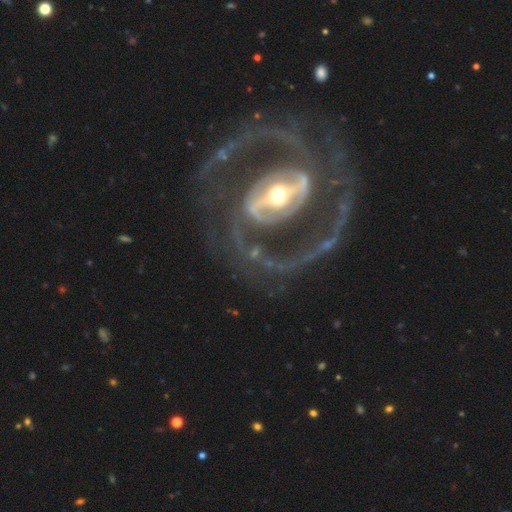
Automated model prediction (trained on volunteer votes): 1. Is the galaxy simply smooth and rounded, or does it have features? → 92% featured or disk, 4% star or artifact, 4% smooth.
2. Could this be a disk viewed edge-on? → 97% no, 3% yes.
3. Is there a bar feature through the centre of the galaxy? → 62% strong, 26% weak, 12% no.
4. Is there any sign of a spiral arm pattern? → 95% yes, 5% no.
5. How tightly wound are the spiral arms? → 52% medium, 34% tight, 14% loose.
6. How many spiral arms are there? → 87% 2, 4% can't tell, 3% 3, 2% 1, 2% 4, 2% more than 4.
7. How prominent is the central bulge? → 57% moderate, 30% small, 11% large, 1% dominant, 1% none.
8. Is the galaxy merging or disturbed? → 75% none, 12% minor disturbance, 11% major disturbance, 2% merger.